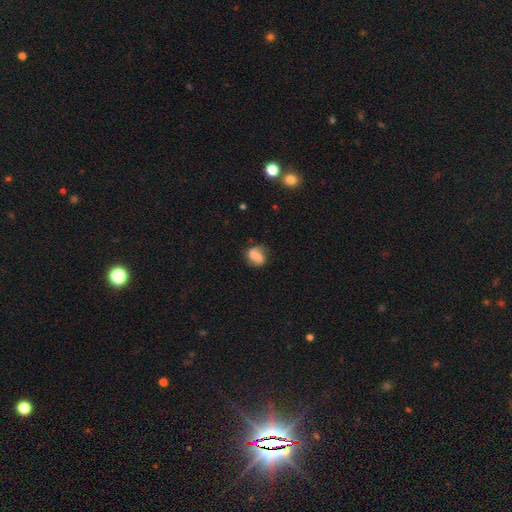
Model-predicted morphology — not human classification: Overall: featured or disk (49%; smooth 41%). Merging: none (62%; minor disturbance 24%).